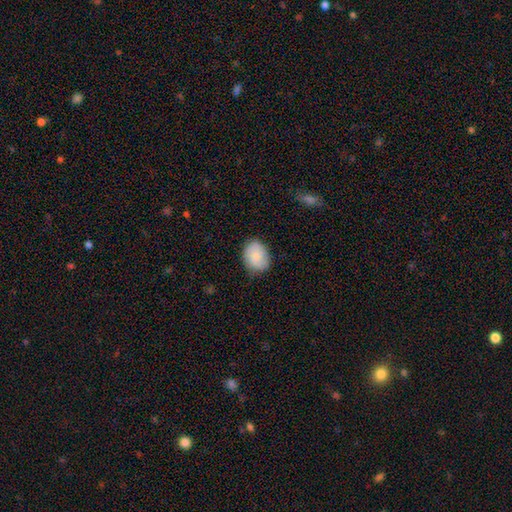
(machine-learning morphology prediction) The model was most divided on "how rounded": in between: 57%, round: 42%, cigar-shaped: 1%. More confident: smooth or featured — smooth (79%); merging — none (77%).